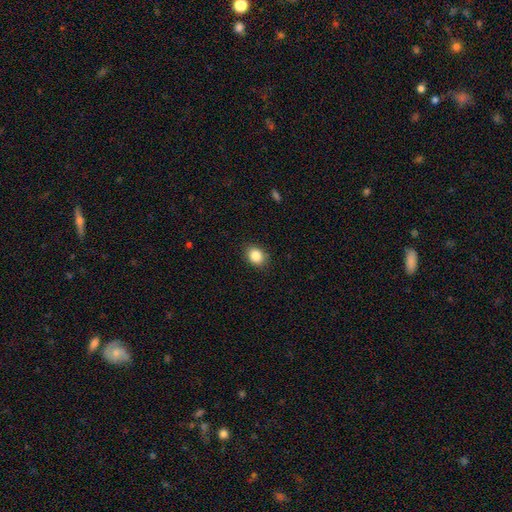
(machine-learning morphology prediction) This appears to be a smooth galaxy with no disk features (86%) that is in between round and cigar-shaped (50%). Merging: none (87%).